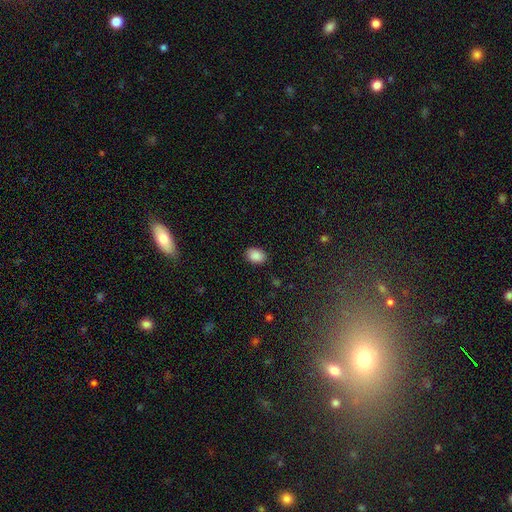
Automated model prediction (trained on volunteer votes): This is clearly a smooth galaxy (89%). How rounded: likely in between (77%). Merging: clearly none (87%).